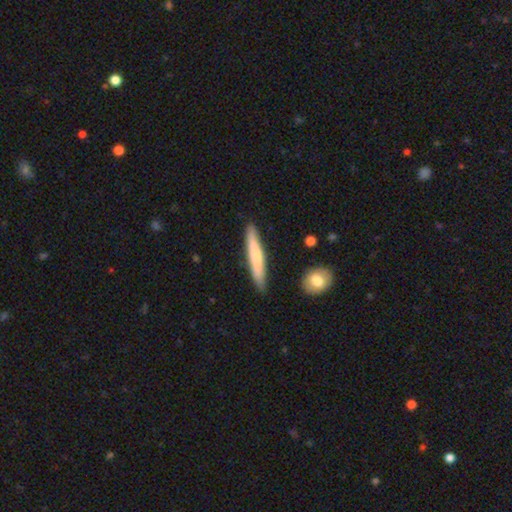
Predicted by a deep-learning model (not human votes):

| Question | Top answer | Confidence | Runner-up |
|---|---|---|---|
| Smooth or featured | smooth | 67% | featured or disk (28%) |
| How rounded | cigar-shaped | 94% | in between (5%) |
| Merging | none | 86% | minor disturbance (10%) |